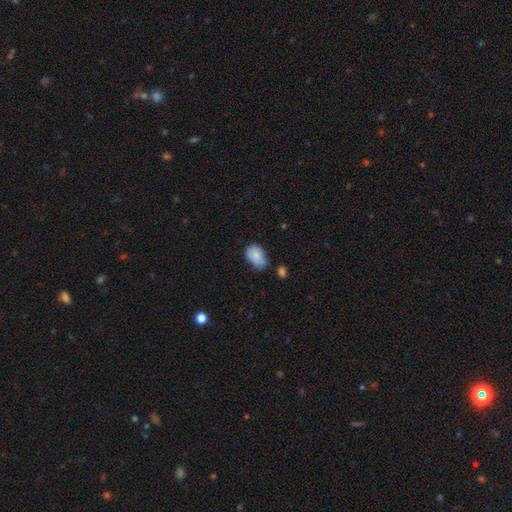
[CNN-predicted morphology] Smooth or featured? smooth (83%)
How rounded? in between (83%)
Merging? none (47%)